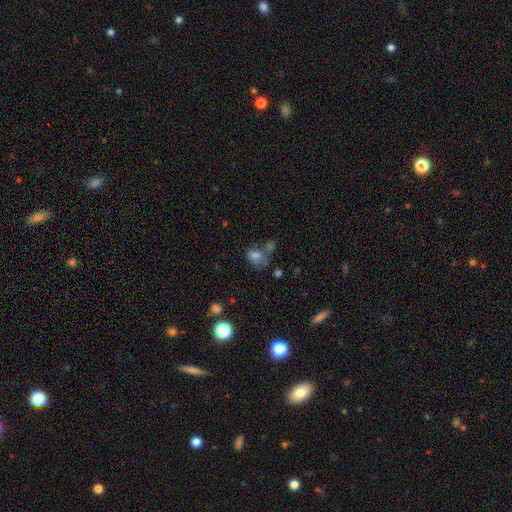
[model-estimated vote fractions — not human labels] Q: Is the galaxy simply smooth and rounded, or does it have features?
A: smooth — 63%.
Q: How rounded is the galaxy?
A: in between — 73%.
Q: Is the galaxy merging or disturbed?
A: merger — 33%.